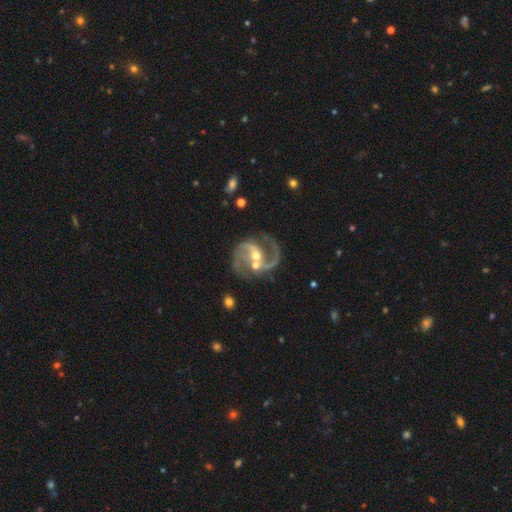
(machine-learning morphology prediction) The model was most divided on "bar": weak: 40%, no: 35%, strong: 26%. More confident: edge-on disk — no (98%); spiral arms — yes (97%); smooth or featured — featured or disk (90%); spiral arm count — 2 (89%); merging — none (61%); spiral winding — medium (60%); bulge size — moderate (57%).